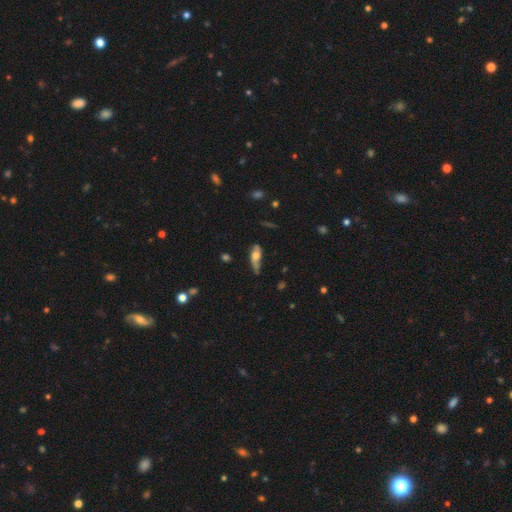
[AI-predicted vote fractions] smooth_or_featured: smooth (p=0.50) [alt: featured or disk p=0.42]
merging: none (p=0.41) [alt: minor disturbance p=0.37]